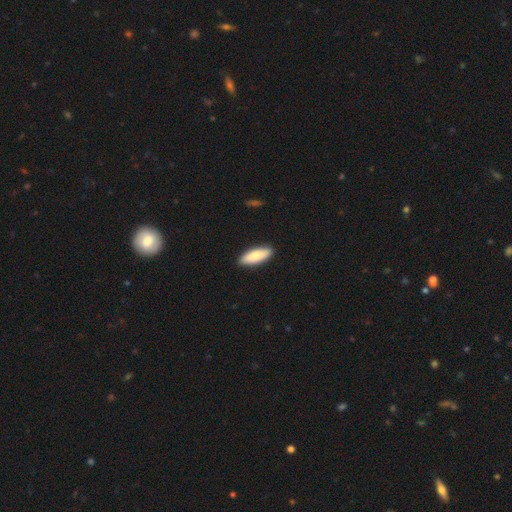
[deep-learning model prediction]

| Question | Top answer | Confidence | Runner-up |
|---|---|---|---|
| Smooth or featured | smooth | 83% | featured or disk (12%) |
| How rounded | in between | 63% | cigar-shaped (36%) |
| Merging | none | 90% | minor disturbance (7%) |